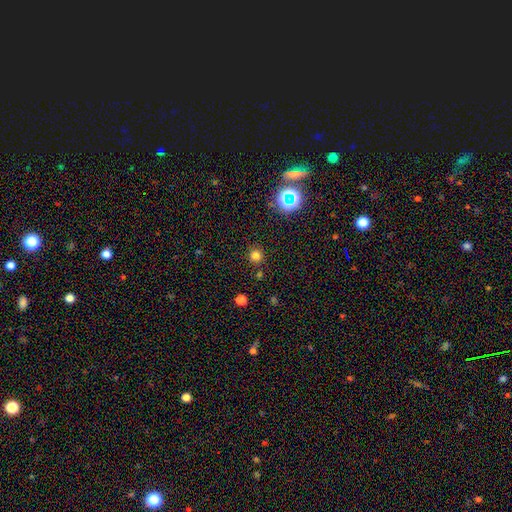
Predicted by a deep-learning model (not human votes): The model was most divided on "smooth or featured": smooth: 75%, star or artifact: 20%, featured or disk: 5%. More confident: how rounded — round (94%); merging — none (88%).